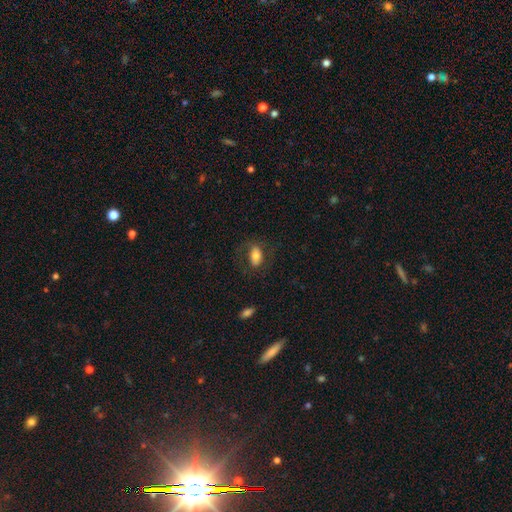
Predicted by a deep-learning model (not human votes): This appears to be a smooth galaxy with no disk features (69%) that is in between round and cigar-shaped (89%). Merging: none (70%).